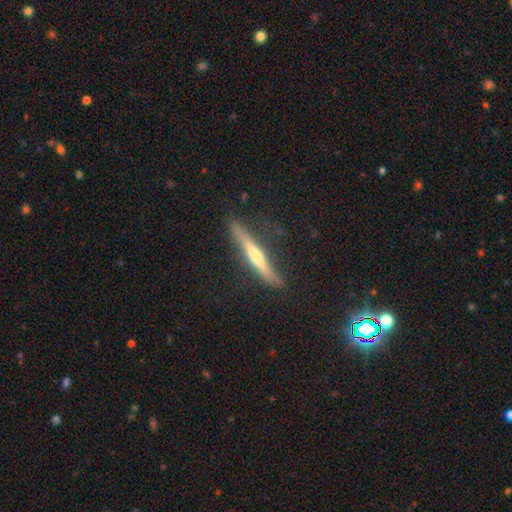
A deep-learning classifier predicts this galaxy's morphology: A featured or disk galaxy (69%) viewed edge-on (96%) with a rounded central bulge (79%).

Vote fractions:
- Smooth or featured? featured or disk: 69% / smooth: 23% / star or artifact: 8%
- Edge-on disk? yes: 96% / no: 4%
- Edge-on bulge? rounded: 79% / none: 15% / boxy: 7%
- Merging? none: 84% / minor disturbance: 12% / major disturbance: 2% / merger: 2%